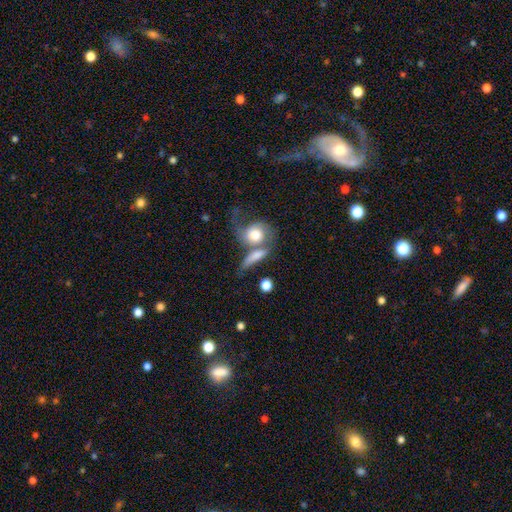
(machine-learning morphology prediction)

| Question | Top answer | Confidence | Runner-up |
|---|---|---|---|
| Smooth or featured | smooth | 63% | featured or disk (30%) |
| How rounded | in between | 44% | round (30%) |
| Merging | merger | 45% | none (31%) |